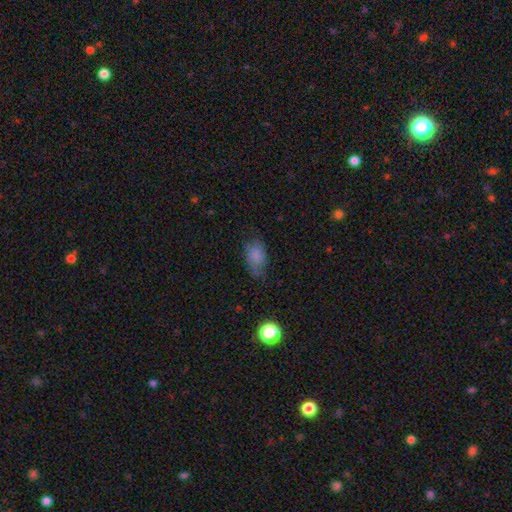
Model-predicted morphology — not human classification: Smooth or featured: smooth — 74% (featured or disk — 15%)
How rounded: in between — 88% (round — 10%)
Merging: none — 56% (minor disturbance — 30%)